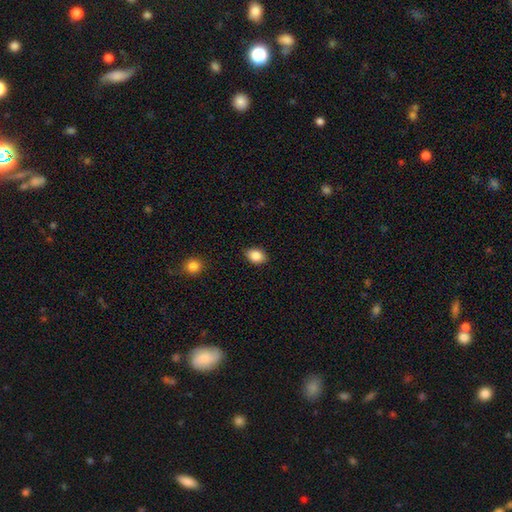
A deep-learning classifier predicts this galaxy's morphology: Smooth or featured: smooth — 86% (star or artifact — 8%)
How rounded: in between — 77% (round — 22%)
Merging: none — 86% (minor disturbance — 11%)